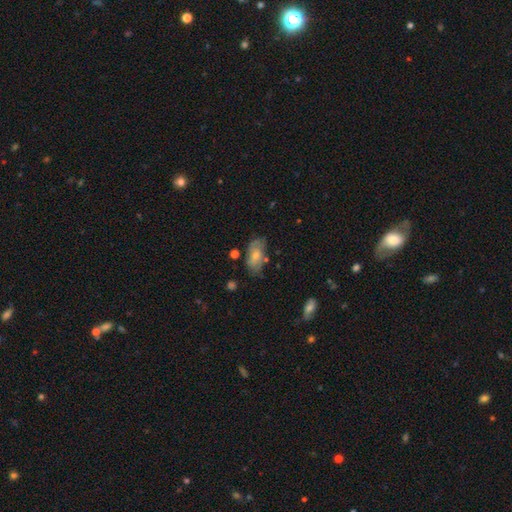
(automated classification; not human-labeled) smooth 59%, featured or disk 34%, star or artifact 7%. Down the decision tree: how rounded — in between (90%); merging — none (62%).